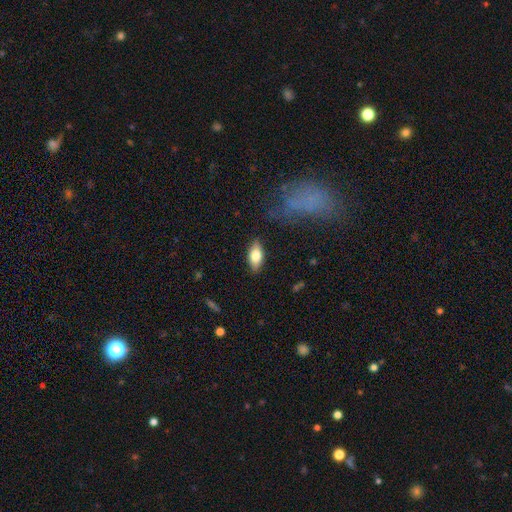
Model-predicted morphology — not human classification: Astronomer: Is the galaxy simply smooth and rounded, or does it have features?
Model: smooth — 73%.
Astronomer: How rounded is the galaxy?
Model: in between — 85%.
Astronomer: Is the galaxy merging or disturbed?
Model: none — 86%.